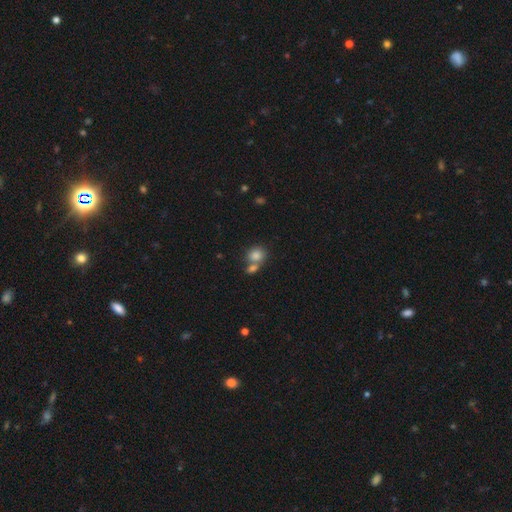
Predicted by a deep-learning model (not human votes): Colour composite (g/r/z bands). It shows a smooth galaxy with no disk features (82%) that is round (64%). Merging: merger (48%).